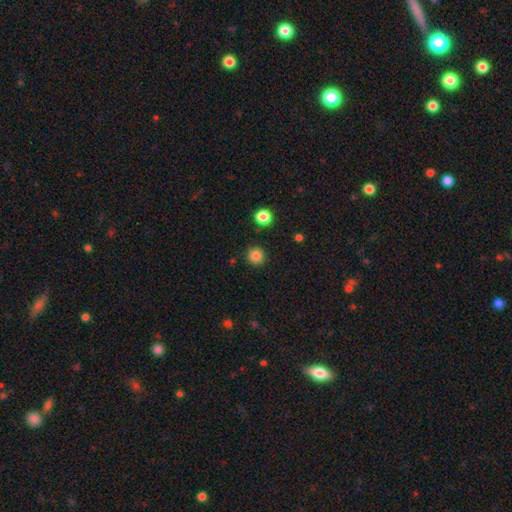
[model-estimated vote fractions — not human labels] Smooth or featured?
  - smooth: 84% *
  - star or artifact: 12%
  - featured or disk: 4%
How rounded?
  - round: 95% *
  - in between: 4%
  - cigar-shaped: 1%
Merging?
  - none: 91% *
  - minor disturbance: 5%
  - major disturbance: 2%
  - merger: 2%